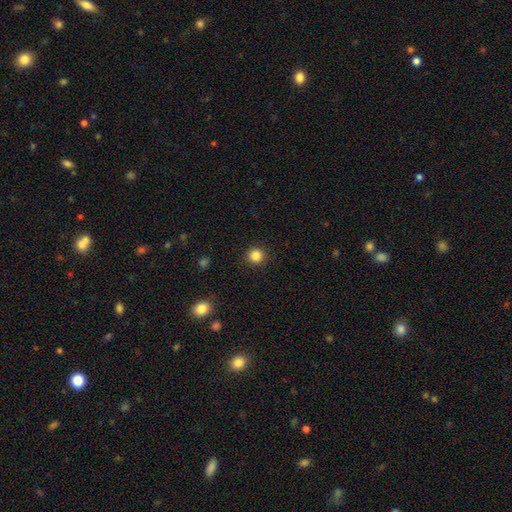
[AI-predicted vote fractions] smooth 85%, star or artifact 11%, featured or disk 3%. Down the decision tree: how rounded — round (95%); merging — none (91%).